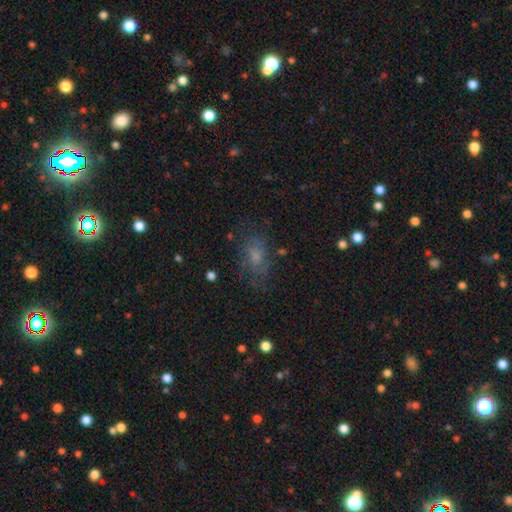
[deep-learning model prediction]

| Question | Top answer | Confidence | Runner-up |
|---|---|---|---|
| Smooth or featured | smooth | 43% | featured or disk (40%) |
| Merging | none | 67% | minor disturbance (19%) |